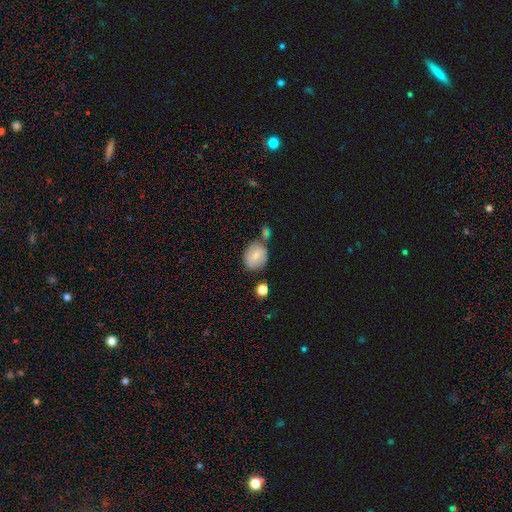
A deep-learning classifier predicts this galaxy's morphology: smooth_or_featured: smooth (p=0.72) [alt: featured or disk p=0.20]
how_rounded: round (p=0.64) [alt: in between p=0.35]
merging: none (p=0.58) [alt: minor disturbance p=0.19]